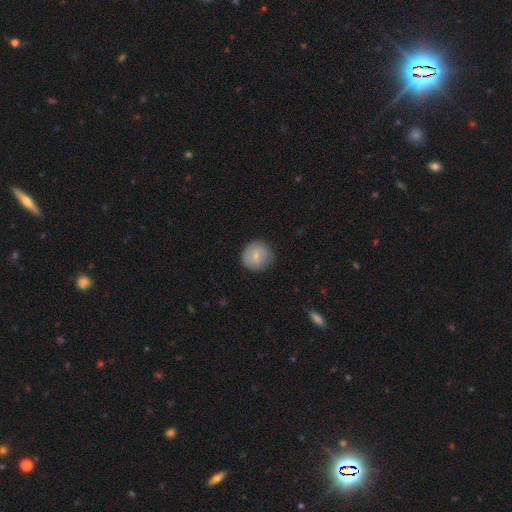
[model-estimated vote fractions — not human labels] Smooth or featured? Predicted: smooth (p=0.75). How rounded? Predicted: round (p=0.91). Merging? Predicted: none (p=0.84).